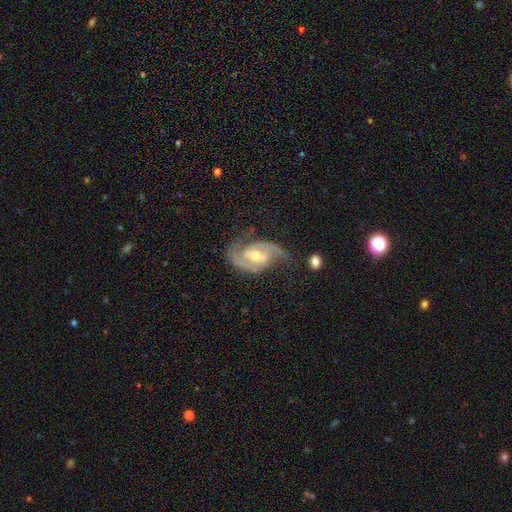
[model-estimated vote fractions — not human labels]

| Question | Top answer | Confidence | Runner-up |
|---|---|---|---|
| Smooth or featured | featured or disk | 91% | smooth (5%) |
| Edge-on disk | no | 97% | yes (3%) |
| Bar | weak | 46% | strong (29%) |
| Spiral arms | yes | 98% | no (2%) |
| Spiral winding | medium | 55% | tight (26%) |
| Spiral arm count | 2 | 92% | can't tell (3%) |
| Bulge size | moderate | 68% | small (26%) |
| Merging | none | 70% | minor disturbance (19%) |